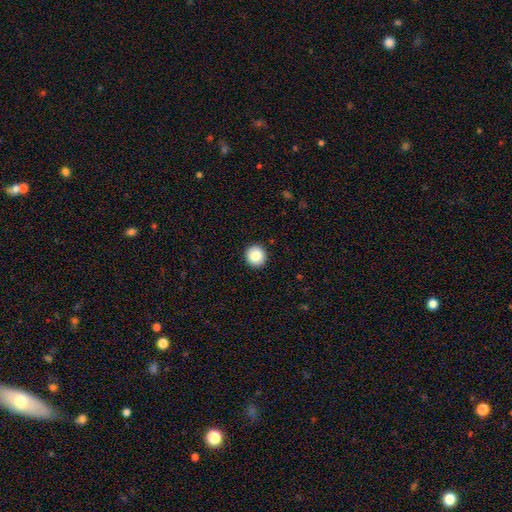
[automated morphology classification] A smooth galaxy with no disk features (85%) that is round (94%).

Vote fractions:
- Smooth or featured? smooth: 85% / star or artifact: 9% / featured or disk: 7%
- How rounded? round: 94% / in between: 5% / cigar-shaped: 1%
- Merging? none: 93% / minor disturbance: 5% / major disturbance: 1% / merger: 1%